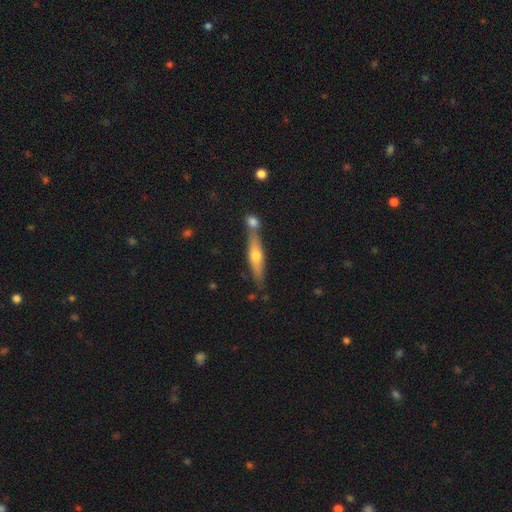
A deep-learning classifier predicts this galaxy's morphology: Q: Smooth or featured?
A: featured or disk (51%); runner-up: smooth (43%)
Q: Edge-on disk?
A: yes (88%); runner-up: no (12%)
Q: Merging?
A: none (64%); runner-up: merger (21%)